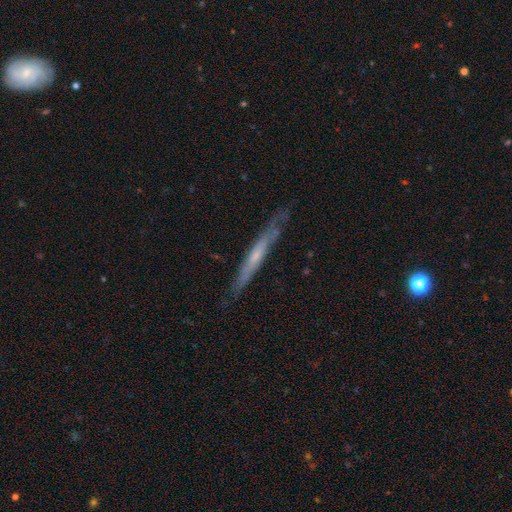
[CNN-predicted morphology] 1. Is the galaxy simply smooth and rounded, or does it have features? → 60% featured or disk, 34% smooth, 6% star or artifact.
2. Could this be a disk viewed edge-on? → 88% yes, 12% no.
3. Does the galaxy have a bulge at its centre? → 64% none, 30% rounded, 6% boxy.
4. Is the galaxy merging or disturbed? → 77% none, 18% minor disturbance, 4% major disturbance, 2% merger.